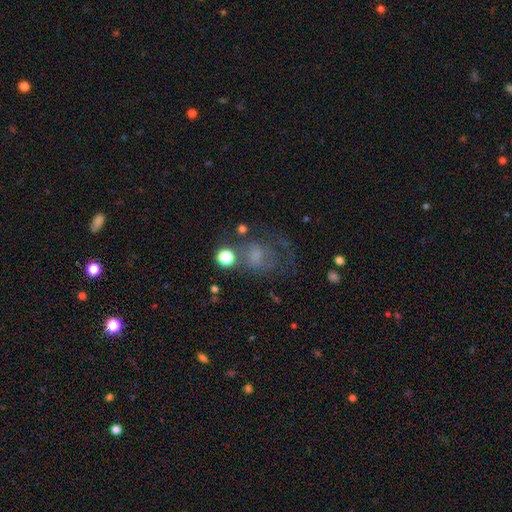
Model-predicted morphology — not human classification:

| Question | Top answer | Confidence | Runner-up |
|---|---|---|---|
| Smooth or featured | smooth | 44% | featured or disk (35%) |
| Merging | none | 40% | major disturbance (32%) |